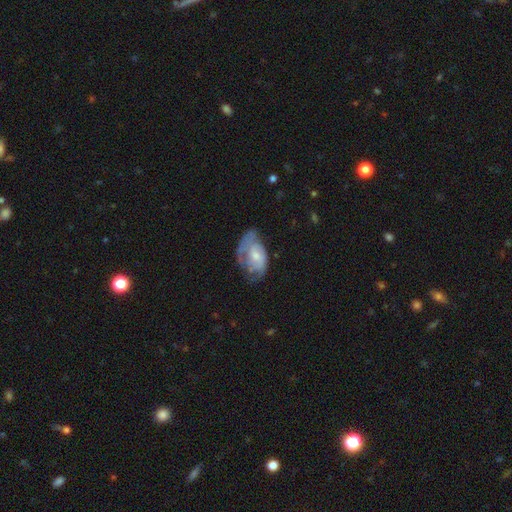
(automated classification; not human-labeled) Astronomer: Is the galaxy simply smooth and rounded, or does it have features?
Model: featured or disk — 65%.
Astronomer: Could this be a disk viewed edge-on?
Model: no — 96%.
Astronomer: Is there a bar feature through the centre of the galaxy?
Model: no — 66%.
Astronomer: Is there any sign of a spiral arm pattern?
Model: yes — 77%.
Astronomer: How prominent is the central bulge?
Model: moderate — 45% (runner-up: small, 42%).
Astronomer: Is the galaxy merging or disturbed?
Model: none — 43% (runner-up: minor disturbance, 31%).